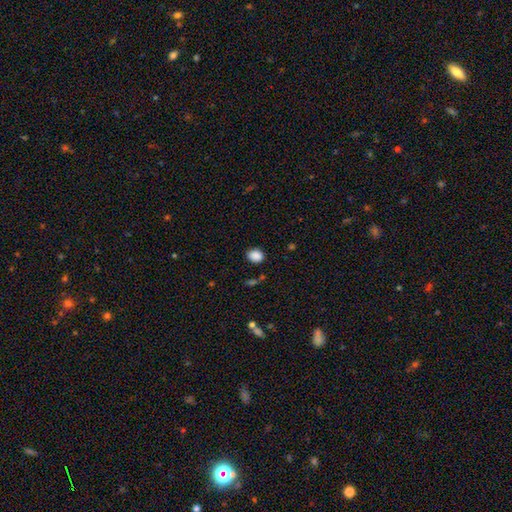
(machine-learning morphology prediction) A smooth galaxy with no disk features (88%) that is in between round and cigar-shaped (55%).

Vote fractions:
- Smooth or featured? smooth: 88% / star or artifact: 9% / featured or disk: 3%
- How rounded? in between: 55% / round: 44% / cigar-shaped: 1%
- Merging? none: 82% / minor disturbance: 12% / major disturbance: 3% / merger: 3%